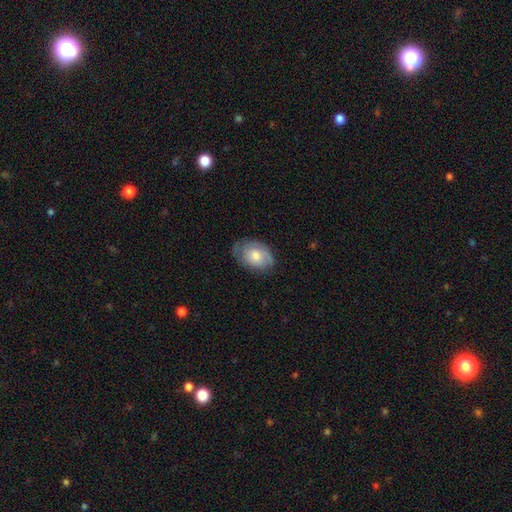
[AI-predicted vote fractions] This appears to be a smooth galaxy with no disk features (53%) that is in between round and cigar-shaped (79%). Merging: none (67%).